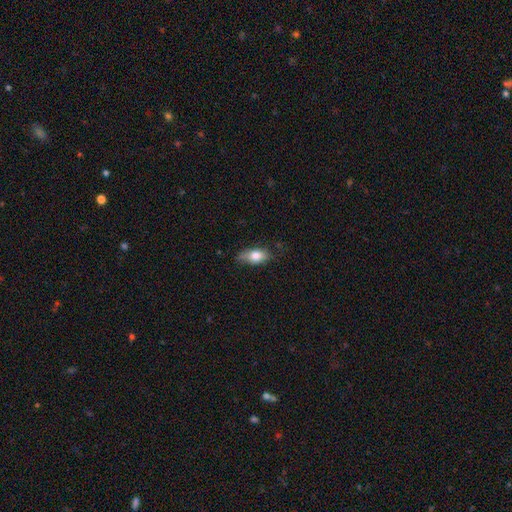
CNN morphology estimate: smooth-or-featured: smooth: 74% | featured or disk: 19% | star or artifact: 7%
  how-rounded: in between: 83% | cigar-shaped: 10% | round: 6%
  merging: none: 64% | minor disturbance: 28% | major disturbance: 6% | merger: 2%